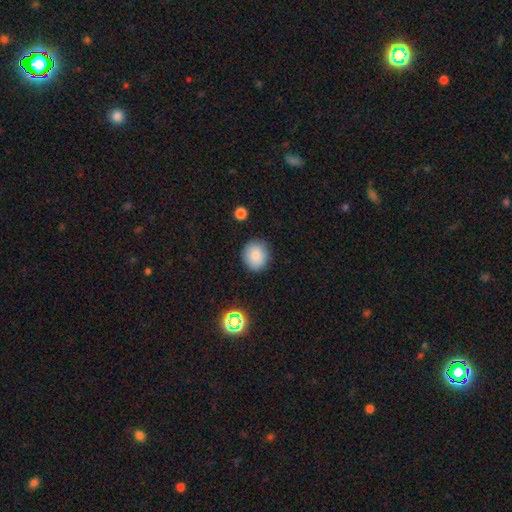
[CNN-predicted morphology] type=smooth (83%); roundness=round (79%); merging=none (85%).